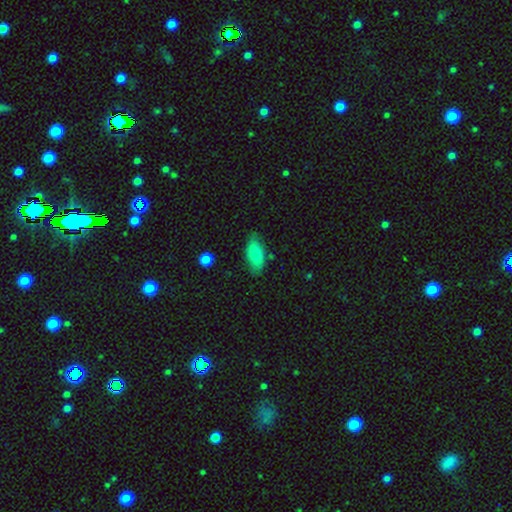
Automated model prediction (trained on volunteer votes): Overall: smooth (75%). How rounded: in between (89%). Merging: none (76%).